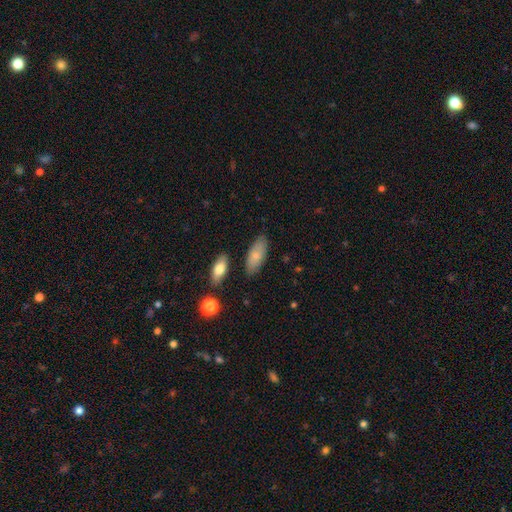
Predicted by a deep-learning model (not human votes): Overall: smooth (79%). How rounded: in between (83%). Merging: none (82%).